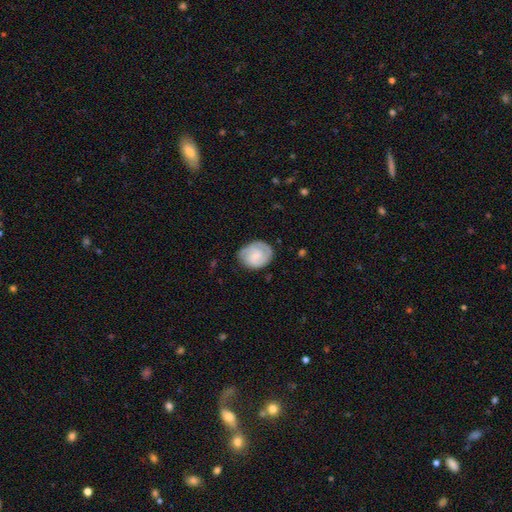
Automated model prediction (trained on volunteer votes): This is likely a featured or disk galaxy (62%). It is clearly not viewed edge-on (98%). Bar: possibly no (56%). Spiral arm pattern: clearly yes (91%). Spiral arm count: possibly 2 (56%). Spiral winding: possibly tight (59%). Central bulge: possibly small (49%). Merging: likely none (72%).